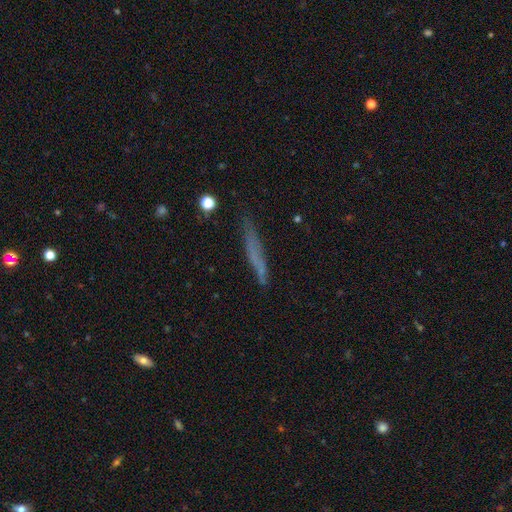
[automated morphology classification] Smooth or featured?
  - smooth: 58% *
  - featured or disk: 32%
  - star or artifact: 10%
How rounded?
  - cigar-shaped: 94% *
  - in between: 4%
  - round: 2%
Merging?
  - none: 76% *
  - minor disturbance: 17%
  - major disturbance: 5%
  - merger: 2%